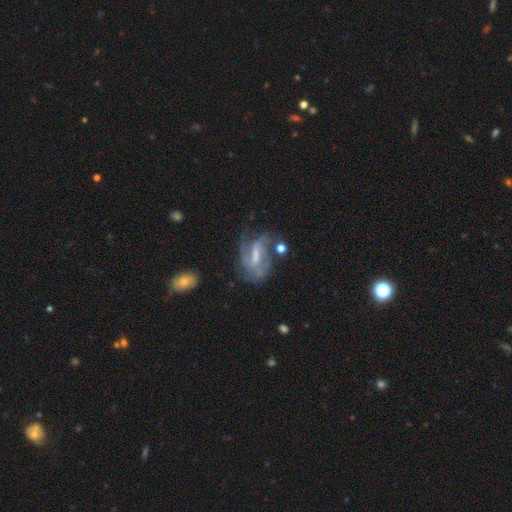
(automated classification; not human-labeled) A featured or disk galaxy (81%) with a weak bar (46%), 2 (43%) medium (47%) spiral arms (89%) and a small central bulge (38%). Merging: none (48%).